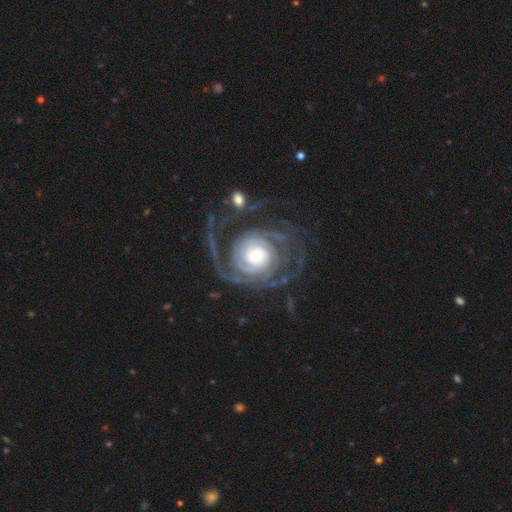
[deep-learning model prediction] Smooth or featured: featured or disk — 92% (star or artifact — 4%)
Edge-on disk: no — 97% (yes — 3%)
Bar: no — 69% (weak — 20%)
Spiral arms: yes — 98% (no — 2%)
Spiral winding: tight — 69% (medium — 23%)
Spiral arm count: 2 — 27% (can't tell — 19%)
Bulge size: small — 41% (tied with moderate — 41%)
Merging: none — 57% (major disturbance — 24%)